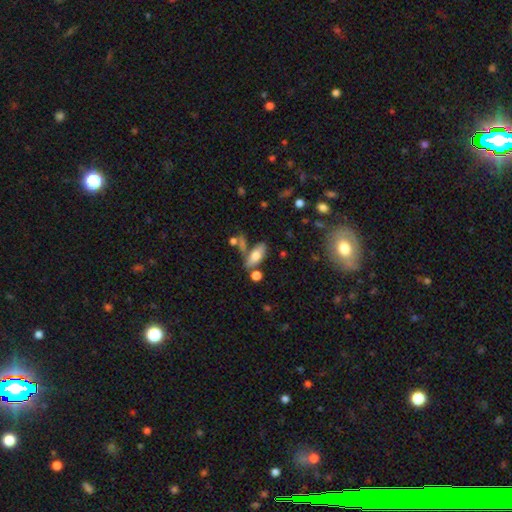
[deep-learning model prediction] Overall: smooth (71%). How rounded: in between (76%). Merging: none (60%).